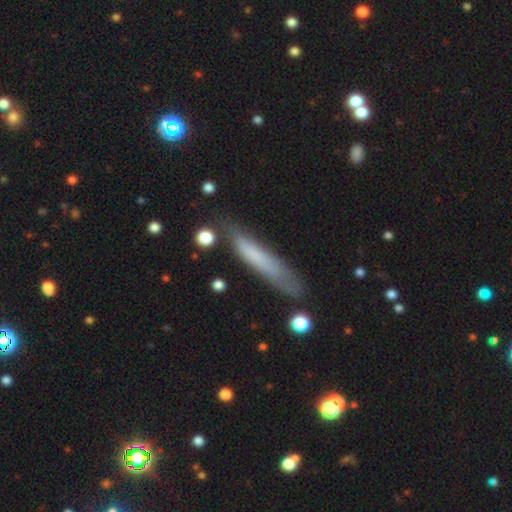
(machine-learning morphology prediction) The model was most divided on "smooth or featured": smooth: 66%, featured or disk: 26%, star or artifact: 8%. More confident: how rounded — cigar-shaped (88%); merging — none (66%).